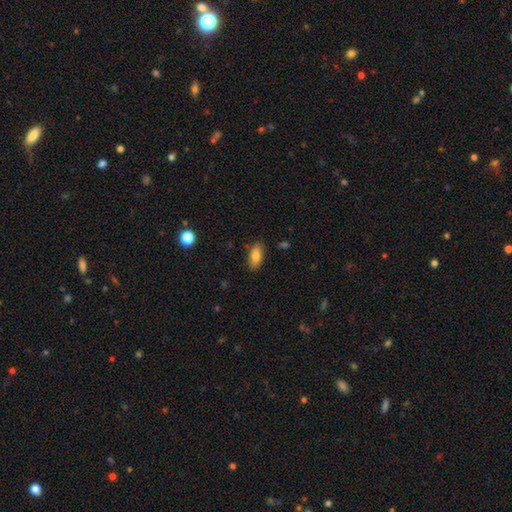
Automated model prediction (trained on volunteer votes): Smooth or featured?
  - smooth: 84% *
  - featured or disk: 9%
  - star or artifact: 7%
How rounded?
  - in between: 89% *
  - cigar-shaped: 8%
  - round: 3%
Merging?
  - none: 86% *
  - minor disturbance: 10%
  - major disturbance: 2%
  - merger: 1%